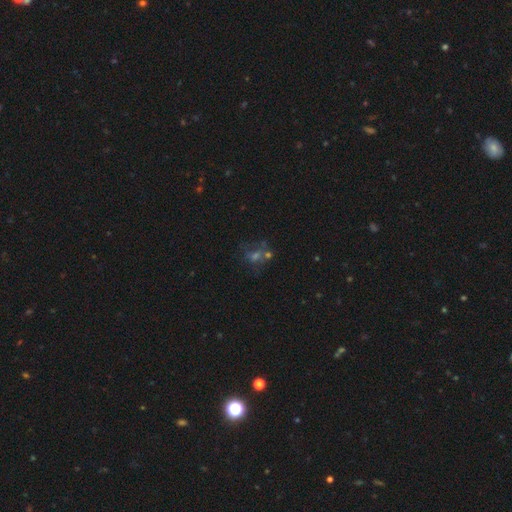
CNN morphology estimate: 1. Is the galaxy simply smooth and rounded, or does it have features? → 36% star or artifact, 33% featured or disk, 32% smooth.